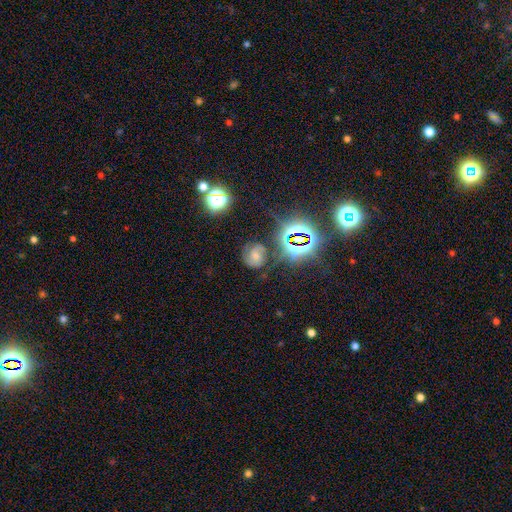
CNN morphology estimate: Smooth or featured? Predicted: featured or disk (p=0.45). Merging? Predicted: none (p=0.65).